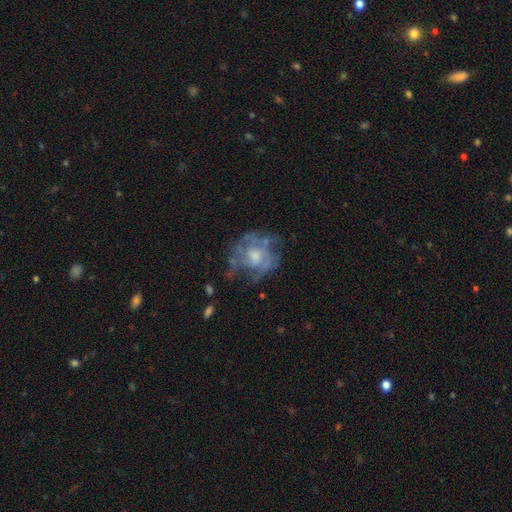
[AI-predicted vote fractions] This appears to be a featured or disk galaxy (70%) with no bar (76%), spiral arms (55%) and a moderate central bulge (52%). Merging: none (51%).